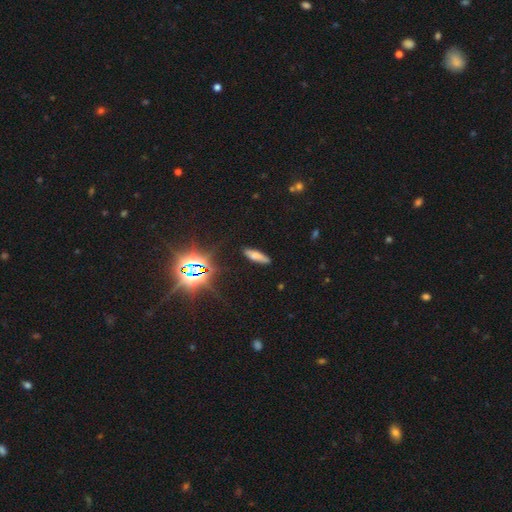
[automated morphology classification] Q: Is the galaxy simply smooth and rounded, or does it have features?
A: smooth — 67%.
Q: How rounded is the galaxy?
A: cigar-shaped — 58%.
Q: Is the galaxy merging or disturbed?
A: none — 84%.